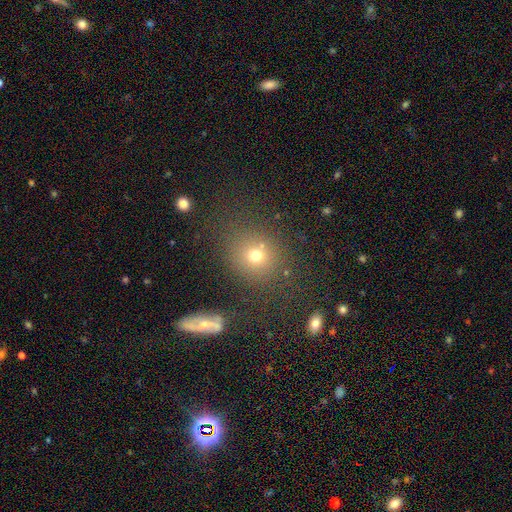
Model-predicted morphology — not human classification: Smooth or featured: smooth — 69% (star or artifact — 19%)
How rounded: round — 78% (in between — 20%)
Merging: none — 73% (minor disturbance — 11%)